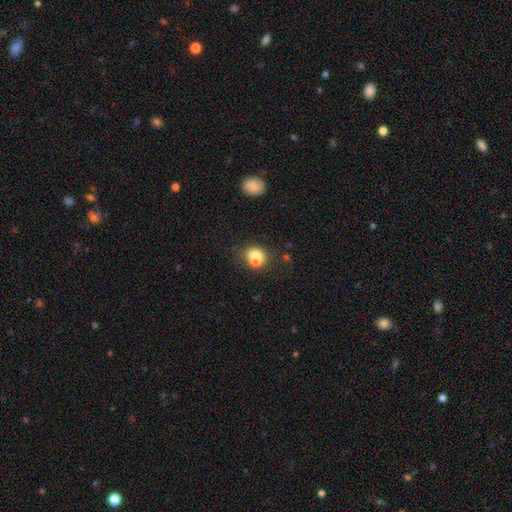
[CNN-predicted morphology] Smooth or featured: smooth — 69% (featured or disk — 20%)
How rounded: round — 64% (in between — 35%)
Merging: merger — 48% (none — 37%)